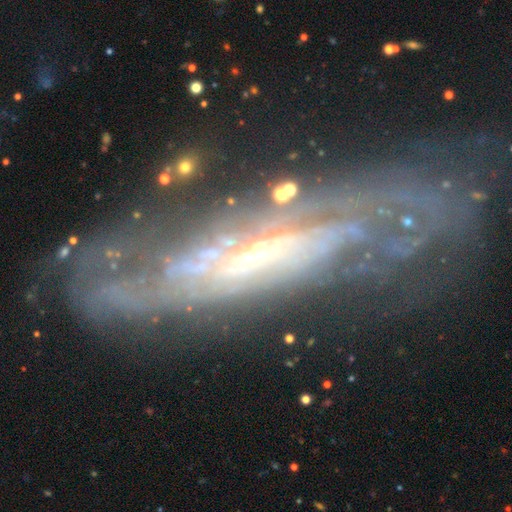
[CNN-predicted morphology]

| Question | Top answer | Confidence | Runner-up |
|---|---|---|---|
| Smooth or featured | featured or disk | 81% | smooth (10%) |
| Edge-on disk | no | 68% | yes (32%) |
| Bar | no | 43% | weak (34%) |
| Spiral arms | yes | 85% | no (15%) |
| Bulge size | small | 71% | moderate (20%) |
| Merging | none | 61% | minor disturbance (20%) |